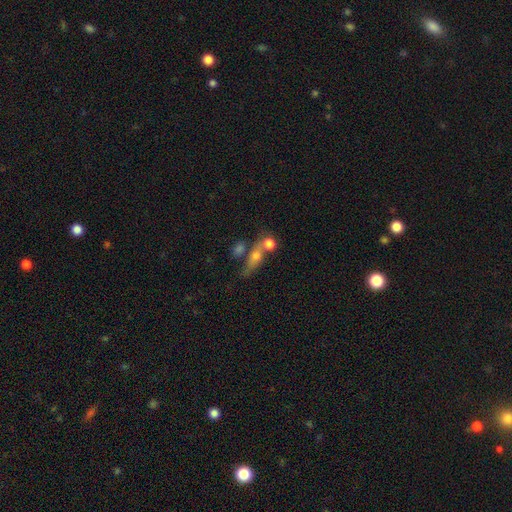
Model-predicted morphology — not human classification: Smooth or featured? Predicted: smooth (p=0.56). How rounded? Predicted: in between (p=0.46). Merging? Predicted: none (p=0.39).